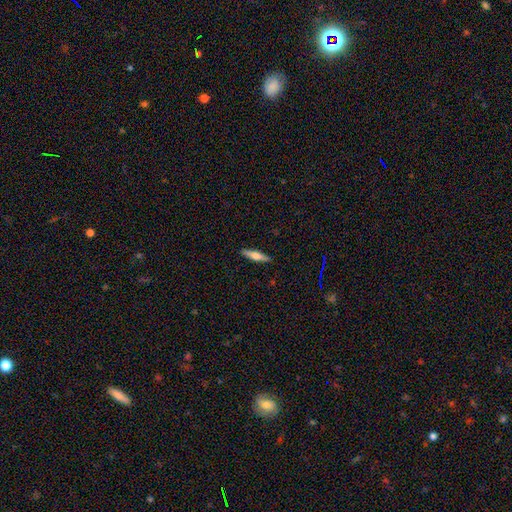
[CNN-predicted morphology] smooth_or_featured: smooth (p=0.52) [alt: featured or disk p=0.42]
how_rounded: cigar-shaped (p=0.79) [alt: in between p=0.19]
merging: none (p=0.89) [alt: minor disturbance p=0.08]